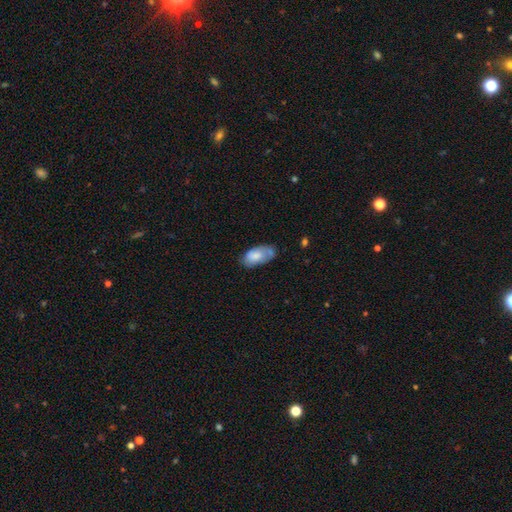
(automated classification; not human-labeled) Smooth or featured: smooth — 74% (featured or disk — 20%)
How rounded: in between — 94% (cigar-shaped — 4%)
Merging: none — 55% (minor disturbance — 30%)